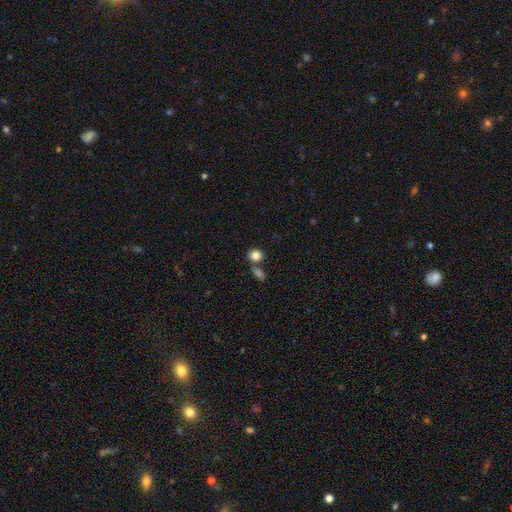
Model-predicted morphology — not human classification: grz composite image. It shows a smooth galaxy with no disk features (84%) that is round (62%). Merging: none (57%).